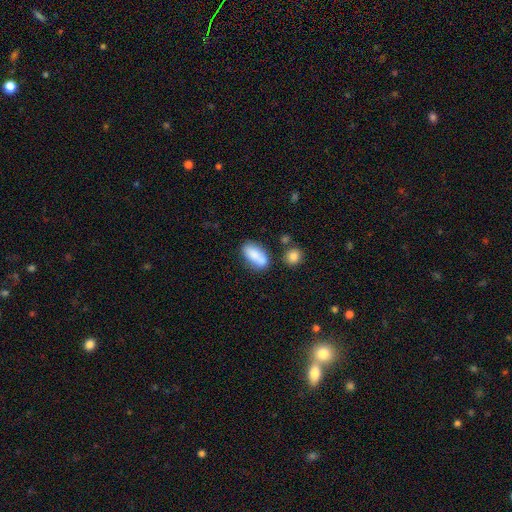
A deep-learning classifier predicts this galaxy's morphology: smooth_or_featured: smooth (p=0.83) [alt: featured or disk p=0.10]
how_rounded: in between (p=0.86) [alt: cigar-shaped p=0.10]
merging: none (p=0.61) [alt: minor disturbance p=0.19]